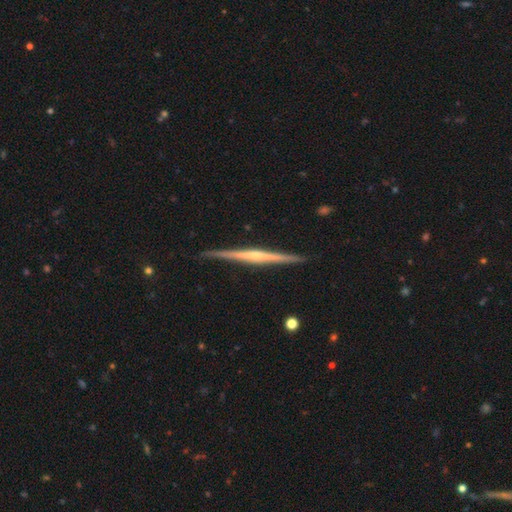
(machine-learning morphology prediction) Overall: featured or disk (81%). Edge-on disk: yes (98%). Edge-on bulge: rounded (56%; none 36%). Merging: none (91%).